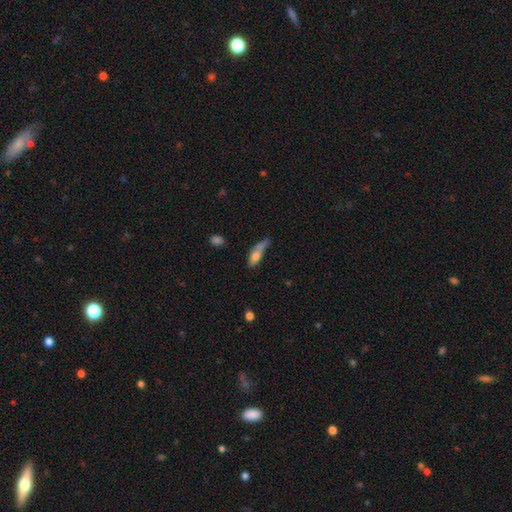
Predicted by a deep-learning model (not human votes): A smooth galaxy with no disk features (67%) that is cigar-shaped (50%).

Vote fractions:
- Smooth or featured? smooth: 67% / featured or disk: 26% / star or artifact: 7%
- How rounded? cigar-shaped: 50% / in between: 47% / round: 4%
- Merging? minor disturbance: 34% / none: 30% / major disturbance: 26% / merger: 10%